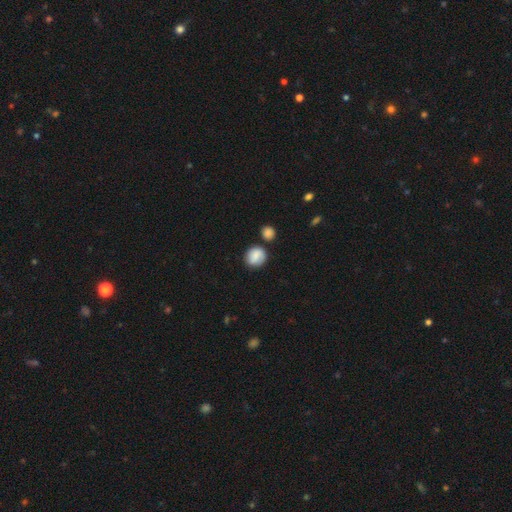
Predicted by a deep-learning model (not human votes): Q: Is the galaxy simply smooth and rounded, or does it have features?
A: smooth — 80%.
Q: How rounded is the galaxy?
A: round — 78%.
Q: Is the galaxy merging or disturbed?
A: none — 69%.